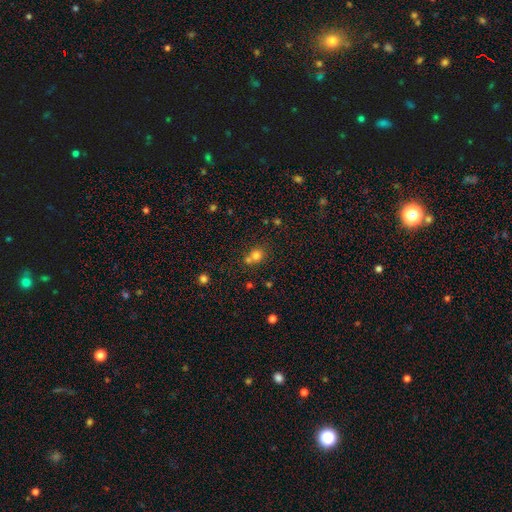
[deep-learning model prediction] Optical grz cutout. It shows a smooth galaxy with no disk features (76%) that is round (79%). Merging: none (47%).